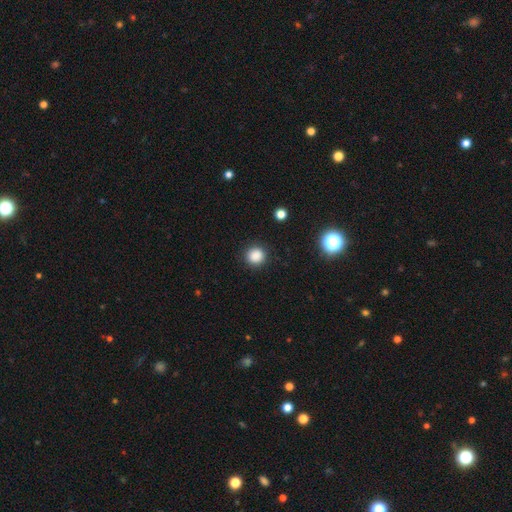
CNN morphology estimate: smooth_or_featured: smooth (p=0.86) [alt: star or artifact p=0.12]
how_rounded: round (p=0.91) [alt: in between p=0.08]
merging: none (p=0.90) [alt: minor disturbance p=0.06]